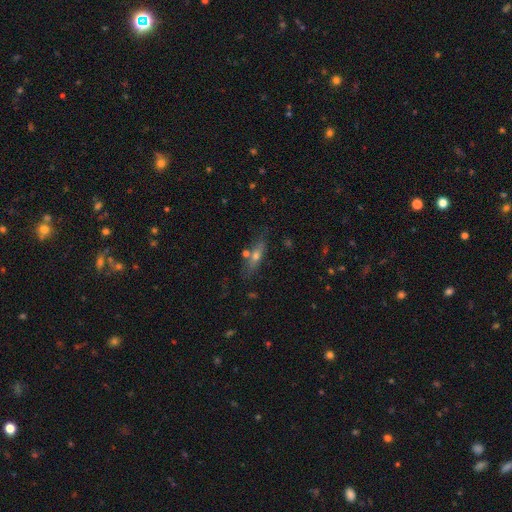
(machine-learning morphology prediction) featured or disk 47%, smooth 43%, star or artifact 10%. Down the decision tree: merging — none (71%).